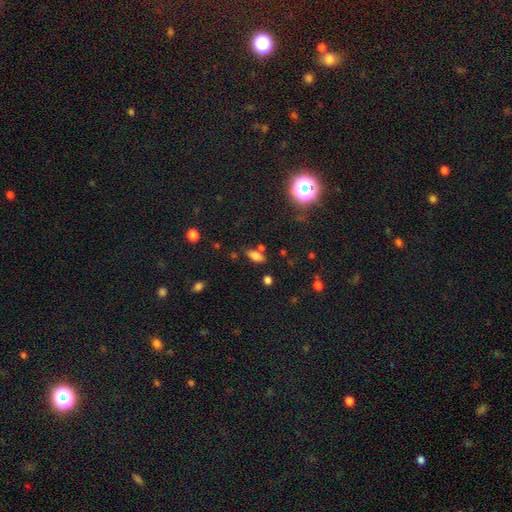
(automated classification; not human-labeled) A smooth galaxy with no disk features (75%) that is in between round and cigar-shaped (83%). Merging: none (72%).